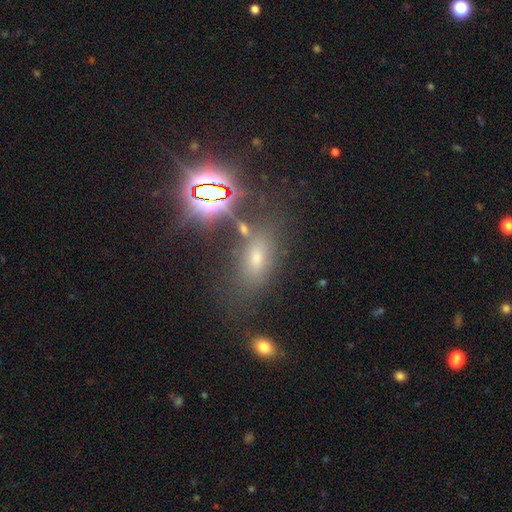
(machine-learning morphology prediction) Q: Smooth or featured?
A: smooth (43%); runner-up: star or artifact (40%)
Q: Merging?
A: none (71%); runner-up: minor disturbance (14%)